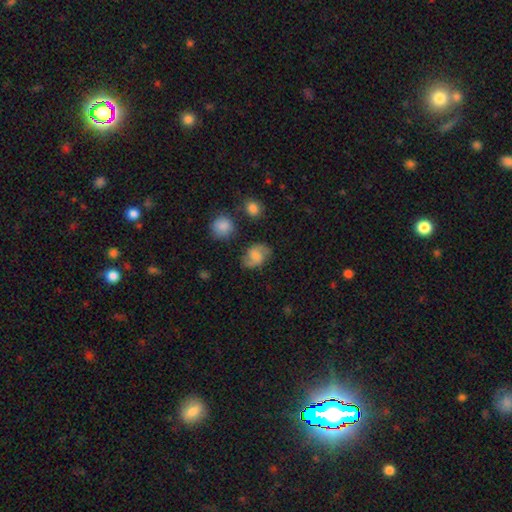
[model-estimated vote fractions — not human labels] Morphology: type=featured or disk (47%); merging=none (71%).